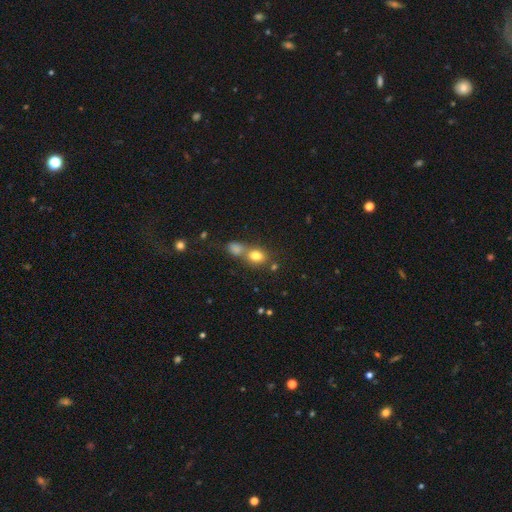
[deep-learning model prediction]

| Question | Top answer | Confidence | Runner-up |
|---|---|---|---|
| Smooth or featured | smooth | 77% | star or artifact (12%) |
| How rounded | in between | 57% | round (41%) |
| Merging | merger | 44% | none (42%) |